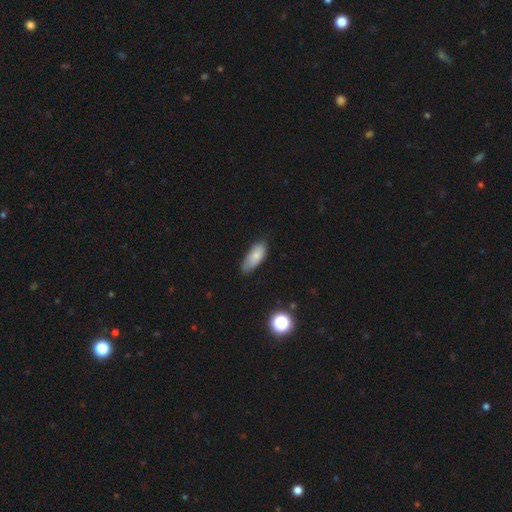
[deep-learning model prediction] Morphology: type=smooth (78%); roundness=in between (82%); merging=none (65%).